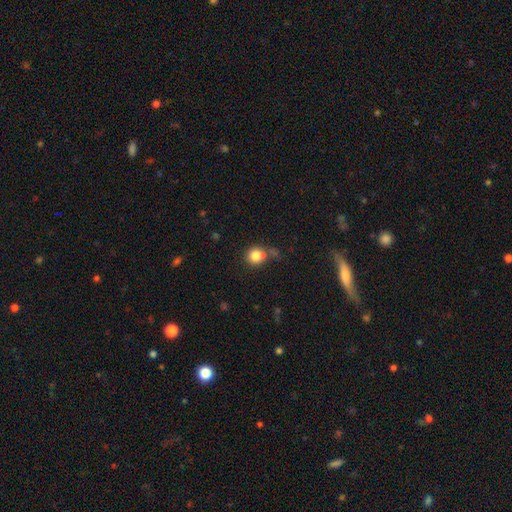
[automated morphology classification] A smooth galaxy with no disk features (82%) that is round (87%).

Vote fractions:
- Smooth or featured? smooth: 82% / star or artifact: 11% / featured or disk: 8%
- How rounded? round: 87% / in between: 12% / cigar-shaped: 1%
- Merging? none: 59% / minor disturbance: 18% / merger: 15% / major disturbance: 7%